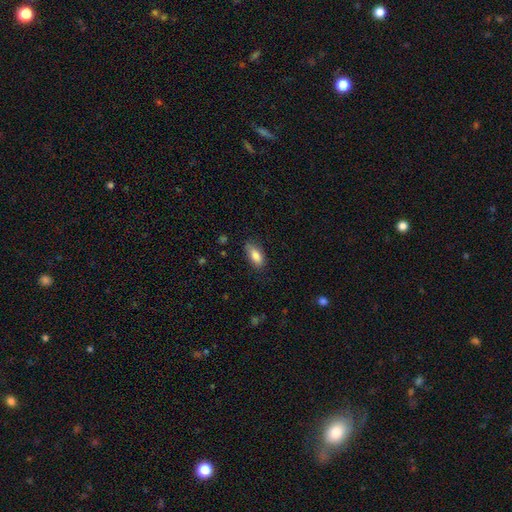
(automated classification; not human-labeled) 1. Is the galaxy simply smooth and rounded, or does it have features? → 83% smooth, 10% featured or disk, 7% star or artifact.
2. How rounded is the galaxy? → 83% in between, 14% cigar-shaped, 3% round.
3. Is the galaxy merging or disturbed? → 77% none, 18% minor disturbance, 4% major disturbance, 1% merger.